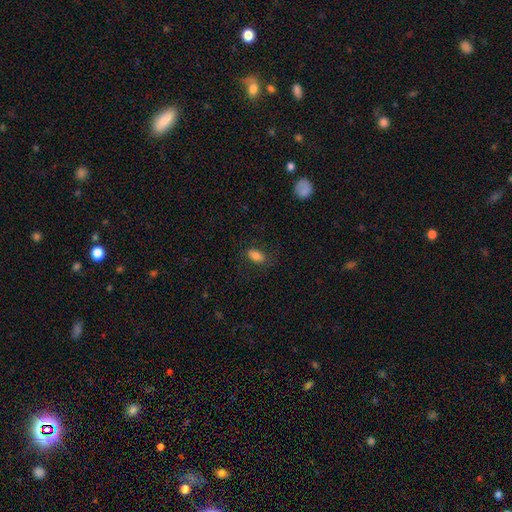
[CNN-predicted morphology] Smooth or featured?
  - smooth: 82% *
  - star or artifact: 10%
  - featured or disk: 8%
How rounded?
  - in between: 90% *
  - round: 7%
  - cigar-shaped: 3%
Merging?
  - none: 77% *
  - minor disturbance: 15%
  - major disturbance: 6%
  - merger: 1%